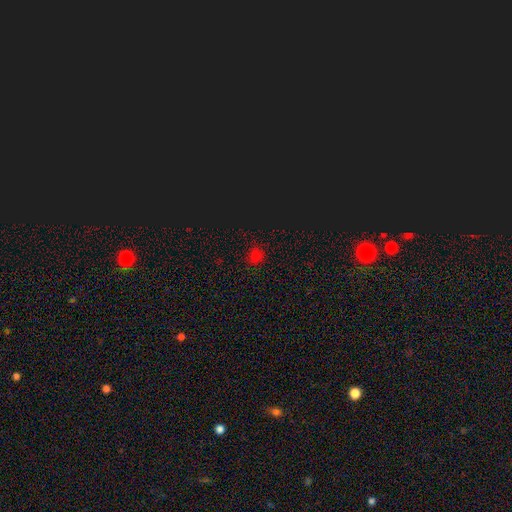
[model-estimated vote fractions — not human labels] smooth-or-featured: smooth: 67% | star or artifact: 29% | featured or disk: 4%
  how-rounded: round: 84% | in between: 15% | cigar-shaped: 1%
  merging: none: 87% | minor disturbance: 9% | major disturbance: 3% | merger: 1%